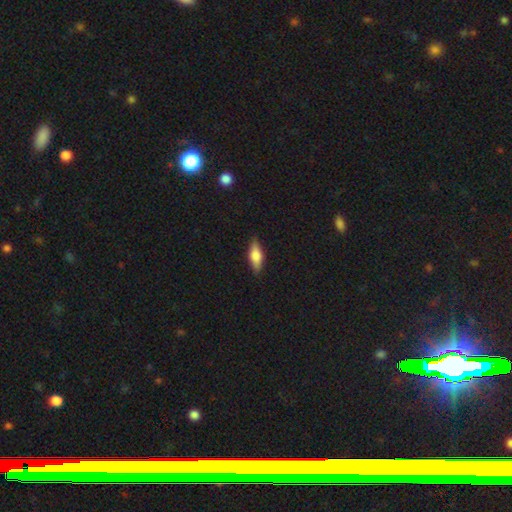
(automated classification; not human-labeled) Smooth or featured: smooth — 58% (featured or disk — 35%)
How rounded: in between — 65% (cigar-shaped — 31%)
Merging: none — 85% (minor disturbance — 12%)